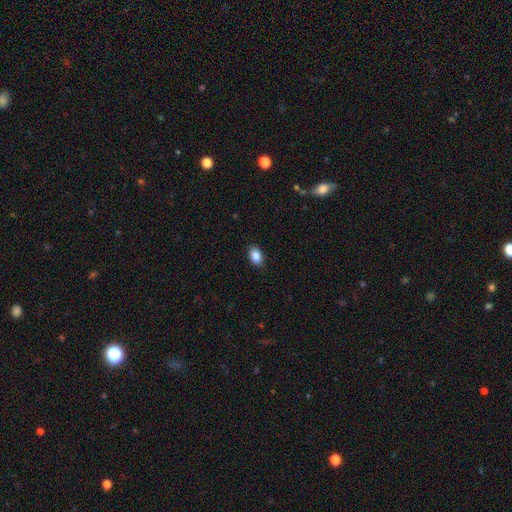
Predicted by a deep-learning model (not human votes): Morphology: type=smooth (88%); roundness=in between (88%); merging=none (88%).